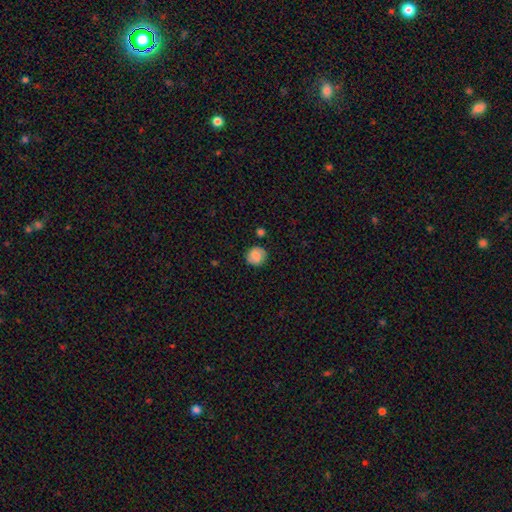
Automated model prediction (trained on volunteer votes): Smooth or featured? Predicted: smooth (p=0.67). How rounded? Predicted: round (p=0.87). Merging? Predicted: none (p=0.83).